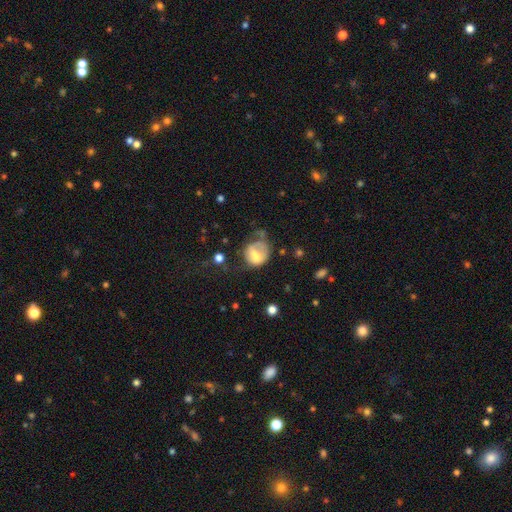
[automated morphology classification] Smooth or featured? smooth (58%)
How rounded? round (57%)
Merging? major disturbance (39%)